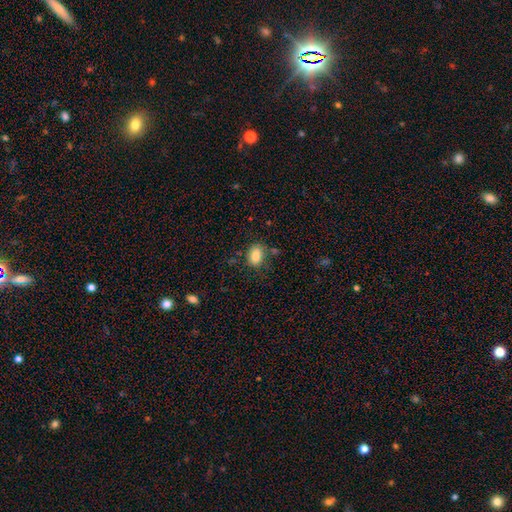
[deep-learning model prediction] This is clearly a smooth galaxy (85%). How rounded: clearly in between (82%). Merging: likely none (72%).